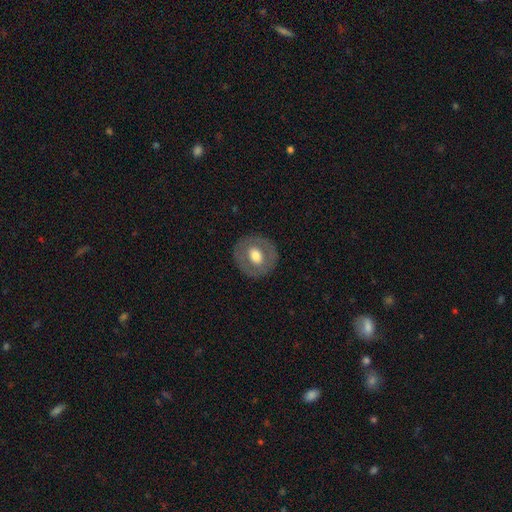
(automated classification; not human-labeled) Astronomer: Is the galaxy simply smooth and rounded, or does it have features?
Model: smooth — 54% (runner-up: featured or disk, 39%).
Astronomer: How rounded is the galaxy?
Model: round — 78%.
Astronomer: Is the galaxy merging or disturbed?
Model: none — 86%.